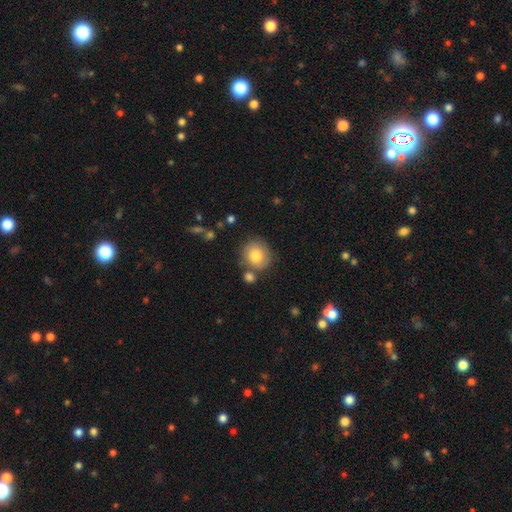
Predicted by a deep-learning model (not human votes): A smooth galaxy with no disk features (76%) that is round (82%).

Vote fractions:
- Smooth or featured? smooth: 76% / featured or disk: 16% / star or artifact: 8%
- How rounded? round: 82% / in between: 18% / cigar-shaped: 1%
- Merging? none: 68% / minor disturbance: 16% / merger: 12% / major disturbance: 5%